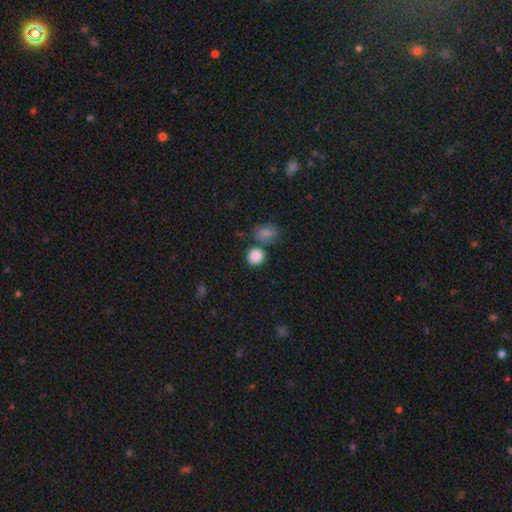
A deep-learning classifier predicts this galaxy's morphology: Q: Smooth or featured?
A: smooth (87%); runner-up: star or artifact (9%)
Q: How rounded?
A: round (86%); runner-up: in between (13%)
Q: Merging?
A: none (71%); runner-up: merger (14%)